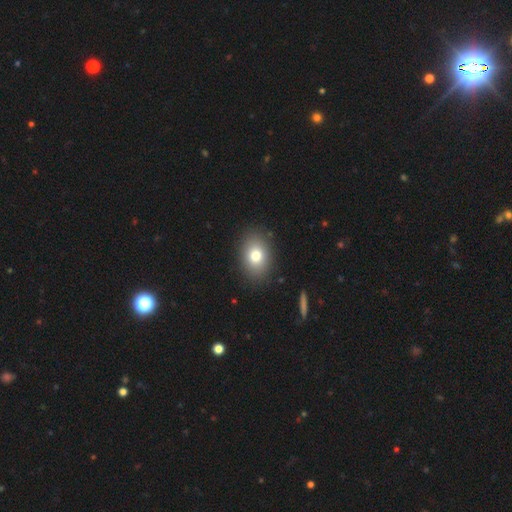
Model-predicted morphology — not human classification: This appears to be a smooth galaxy with no disk features (78%) that is in between round and cigar-shaped (73%). Merging: none (87%).